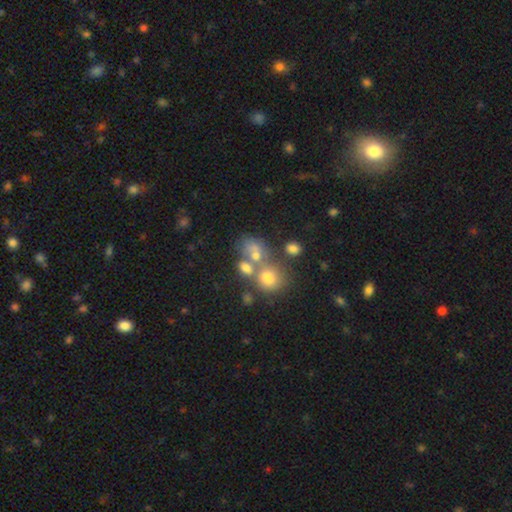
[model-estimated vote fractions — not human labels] A smooth galaxy with no disk features (64%) that is in between round and cigar-shaped (50%).

Vote fractions:
- Smooth or featured? smooth: 64% / featured or disk: 19% / star or artifact: 17%
- How rounded? in between: 50% / round: 48% / cigar-shaped: 2%
- Merging? merger: 51% / none: 31% / minor disturbance: 11% / major disturbance: 8%